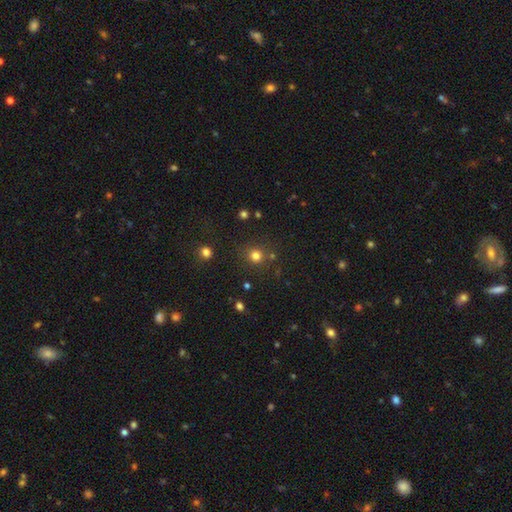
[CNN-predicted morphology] Q: Smooth or featured?
A: smooth (77%); runner-up: star or artifact (17%)
Q: How rounded?
A: round (91%); runner-up: in between (8%)
Q: Merging?
A: none (82%); runner-up: minor disturbance (8%)